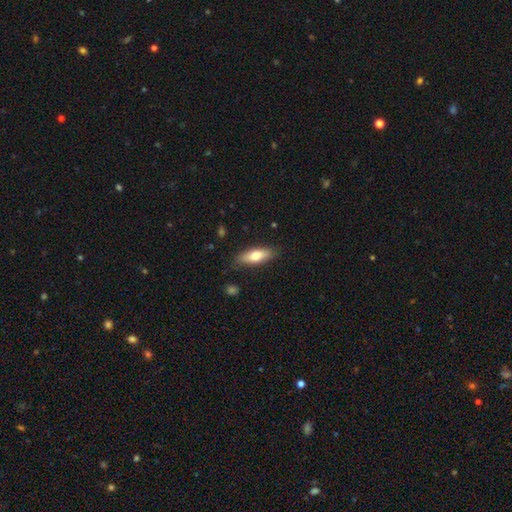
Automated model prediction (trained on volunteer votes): Smooth or featured? smooth (72%)
How rounded? in between (62%)
Merging? none (83%)